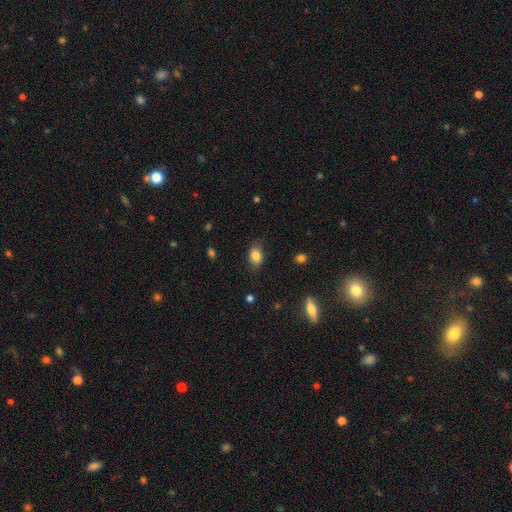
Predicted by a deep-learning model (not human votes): Morphology: type=smooth (84%); roundness=in between (79%); merging=none (79%).